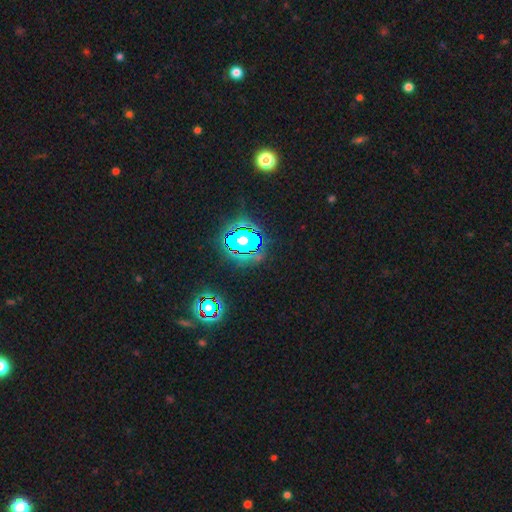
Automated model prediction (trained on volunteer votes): Smooth or featured: star or artifact — 83% (smooth — 10%)